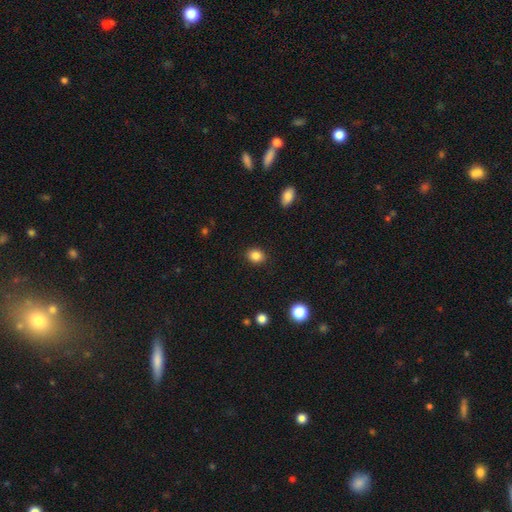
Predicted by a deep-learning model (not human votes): This appears to be a smooth galaxy with no disk features (86%) that is round (58%). Merging: none (90%).